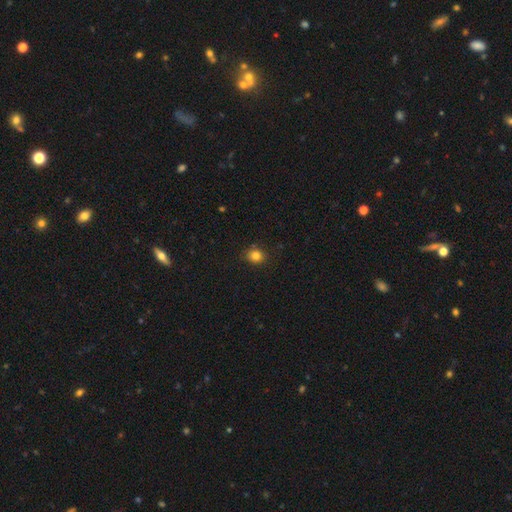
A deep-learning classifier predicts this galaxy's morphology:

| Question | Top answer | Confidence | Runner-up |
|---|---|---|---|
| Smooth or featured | smooth | 83% | star or artifact (12%) |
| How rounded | round | 70% | in between (29%) |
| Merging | none | 85% | minor disturbance (11%) |